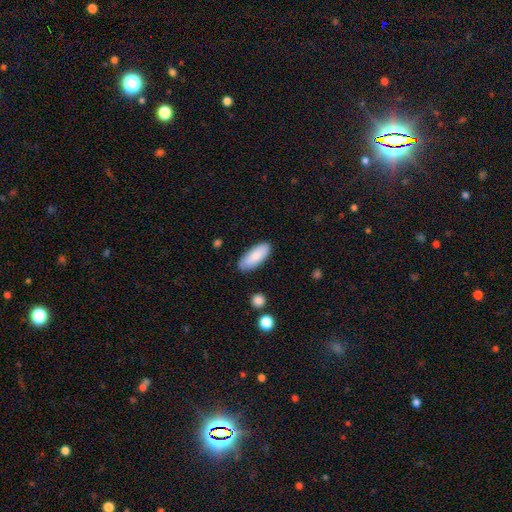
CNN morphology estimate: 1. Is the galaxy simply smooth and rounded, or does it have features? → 83% smooth, 11% featured or disk, 6% star or artifact.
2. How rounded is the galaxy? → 82% in between, 17% cigar-shaped, 2% round.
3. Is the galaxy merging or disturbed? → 84% none, 12% minor disturbance, 2% major disturbance, 2% merger.